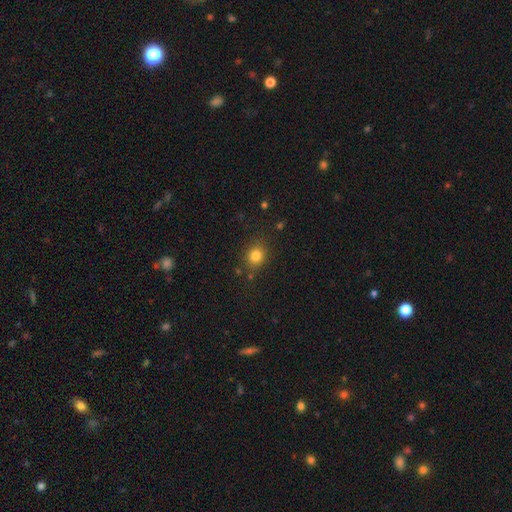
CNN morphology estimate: A smooth galaxy with no disk features (81%) that is round (74%).

Vote fractions:
- Smooth or featured? smooth: 81% / star or artifact: 13% / featured or disk: 6%
- How rounded? round: 74% / in between: 25% / cigar-shaped: 1%
- Merging? none: 82% / minor disturbance: 12% / major disturbance: 4% / merger: 3%